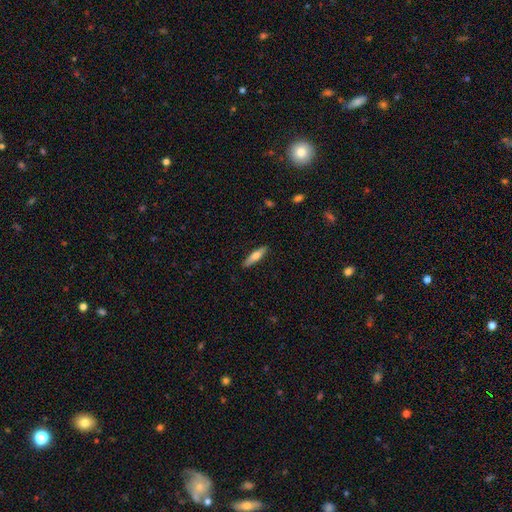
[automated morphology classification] Smooth or featured?
  - smooth: 63% *
  - featured or disk: 32%
  - star or artifact: 6%
How rounded?
  - cigar-shaped: 76% *
  - in between: 22%
  - round: 2%
Merging?
  - none: 89% *
  - minor disturbance: 8%
  - major disturbance: 2%
  - merger: 1%